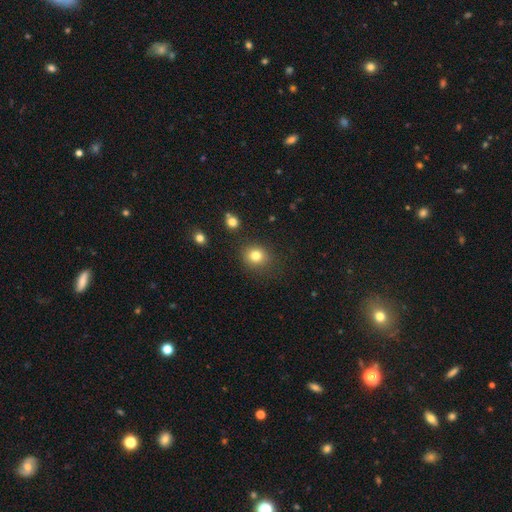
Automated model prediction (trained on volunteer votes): This is clearly a smooth galaxy (81%). How rounded: clearly round (81%). Merging: clearly none (85%).